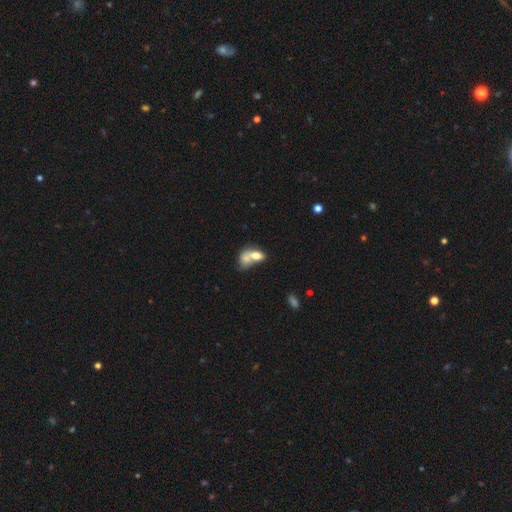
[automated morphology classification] smooth-or-featured: smooth: 69% | featured or disk: 23% | star or artifact: 8%
  how-rounded: in between: 80% | round: 17% | cigar-shaped: 3%
  merging: merger: 67% | none: 16% | minor disturbance: 9% | major disturbance: 8%